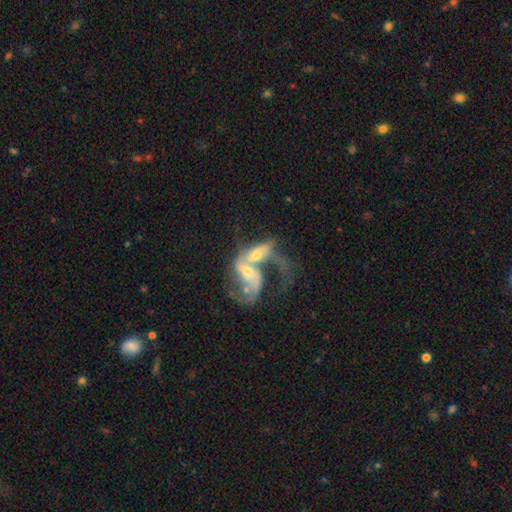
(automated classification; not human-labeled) Overall: featured or disk (75%). Edge-on disk: no (95%). Bar: no (54%; weak 32%). Spiral arms: yes (77%). Spiral arm count: 2 (60%). Spiral winding: loose (58%; medium 30%). Bulge size: moderate (46%; small 42%). Merging: merger (74%).